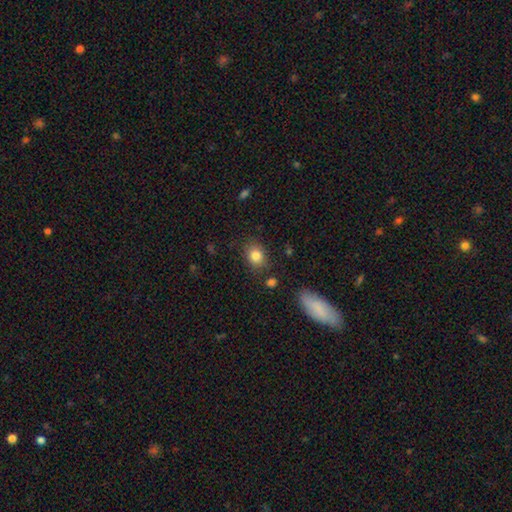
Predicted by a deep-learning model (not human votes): A smooth galaxy with no disk features (83%) that is in between round and cigar-shaped (52%).

Vote fractions:
- Smooth or featured? smooth: 83% / star or artifact: 10% / featured or disk: 7%
- How rounded? in between: 52% / round: 47% / cigar-shaped: 1%
- Merging? none: 82% / minor disturbance: 12% / major disturbance: 3% / merger: 3%